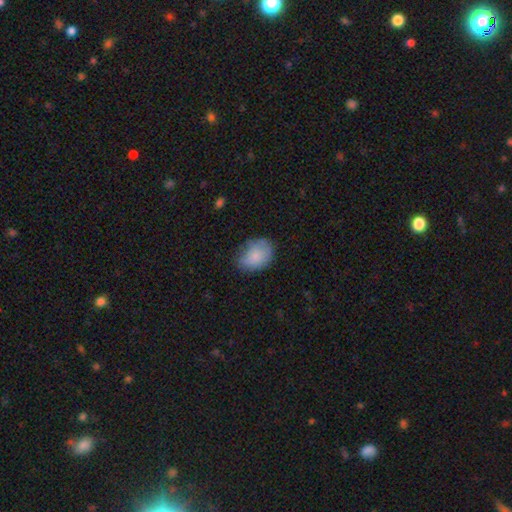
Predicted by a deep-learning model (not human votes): Morphology: type=smooth (80%); roundness=in between (74%); merging=none (61%).